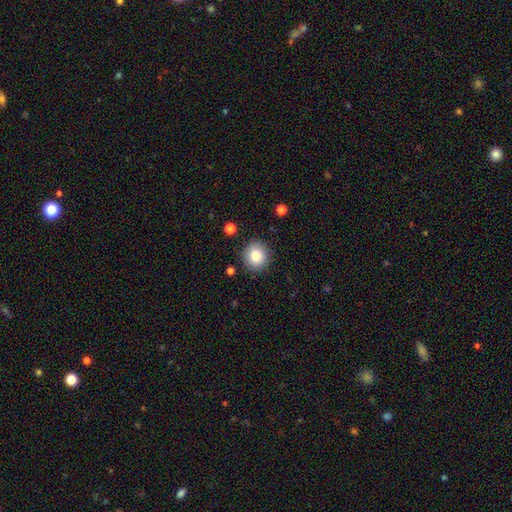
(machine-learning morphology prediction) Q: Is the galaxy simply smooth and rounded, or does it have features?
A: smooth — 83%.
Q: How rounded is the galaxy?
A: round — 88%.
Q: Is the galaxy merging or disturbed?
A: none — 89%.